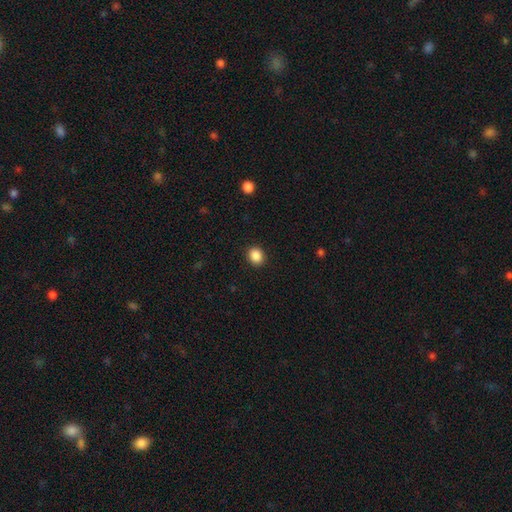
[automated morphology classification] type=smooth (88%); roundness=round (63%); merging=none (91%).